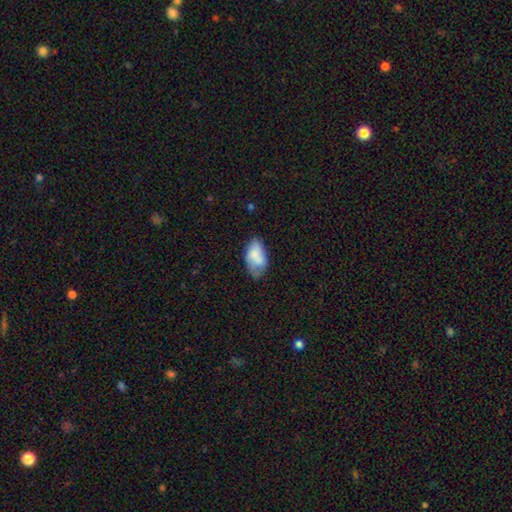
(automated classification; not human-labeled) smooth-or-featured: smooth: 71% | featured or disk: 22% | star or artifact: 8%
  how-rounded: in between: 94% | round: 4% | cigar-shaped: 2%
  merging: none: 52% | minor disturbance: 33% | major disturbance: 12% | merger: 4%